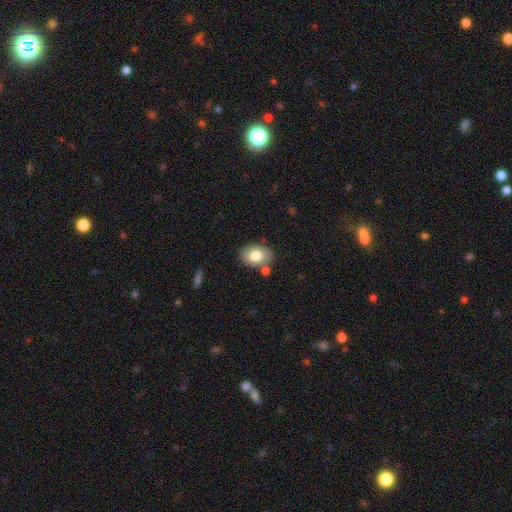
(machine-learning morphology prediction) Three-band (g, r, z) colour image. It shows a smooth galaxy with no disk features (76%) that is in between round and cigar-shaped (80%). Merging: none (75%).